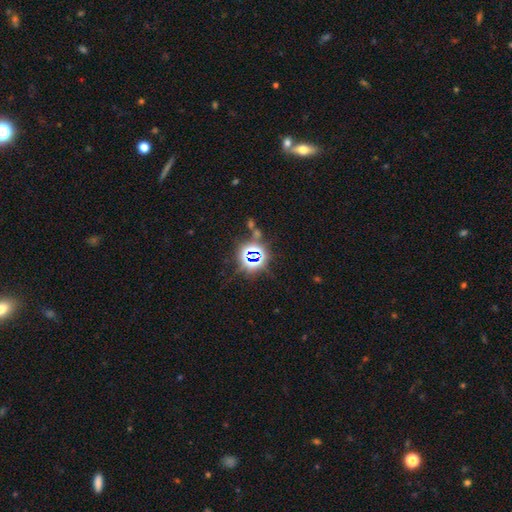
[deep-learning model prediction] This appears to be a star or artifact, not a galaxy (76%).